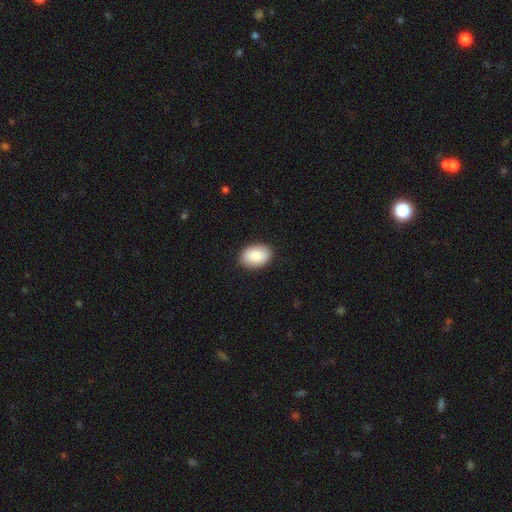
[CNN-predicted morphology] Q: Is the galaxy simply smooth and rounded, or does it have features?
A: smooth — 87%.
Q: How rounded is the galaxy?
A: in between — 81%.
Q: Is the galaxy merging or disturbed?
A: none — 89%.